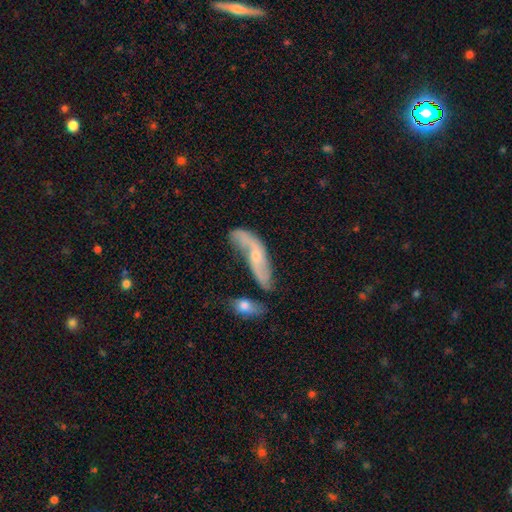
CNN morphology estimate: Overall: featured or disk (65%; smooth 28%). Edge-on disk: no (81%). Bar: no (64%; weak 28%). Spiral arms: yes (78%). Bulge size: small (62%; moderate 29%). Merging: none (37%; minor disturbance 23%).